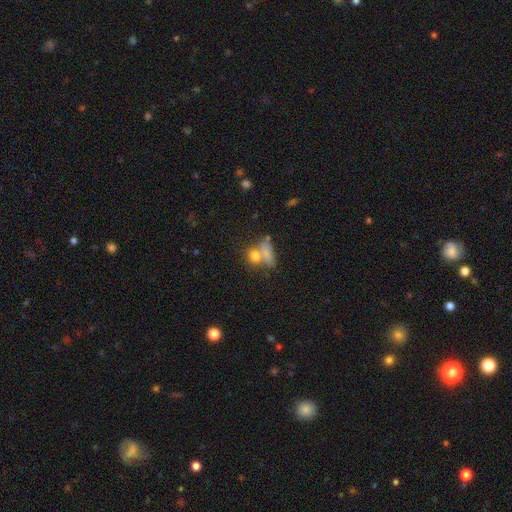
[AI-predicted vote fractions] A smooth galaxy with no disk features (74%) that is in between round and cigar-shaped (50%).

Vote fractions:
- Smooth or featured? smooth: 74% / featured or disk: 14% / star or artifact: 11%
- How rounded? in between: 50% / round: 43% / cigar-shaped: 7%
- Merging? merger: 48% / none: 36% / minor disturbance: 10% / major disturbance: 6%